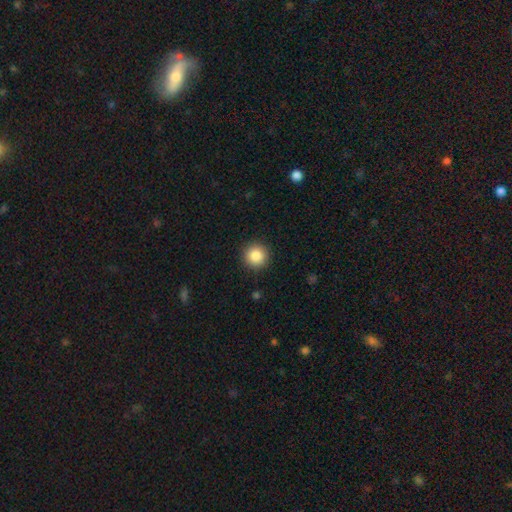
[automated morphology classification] A smooth galaxy with no disk features (87%) that is round (95%).

Vote fractions:
- Smooth or featured? smooth: 87% / star or artifact: 9% / featured or disk: 4%
- How rounded? round: 95% / in between: 4% / cigar-shaped: 1%
- Merging? none: 92% / minor disturbance: 5% / major disturbance: 2% / merger: 1%